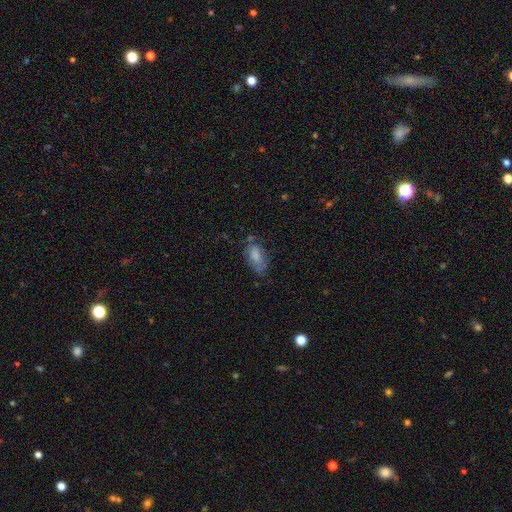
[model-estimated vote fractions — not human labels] Morphology: type=smooth (74%); roundness=in between (90%); merging=none (51%).